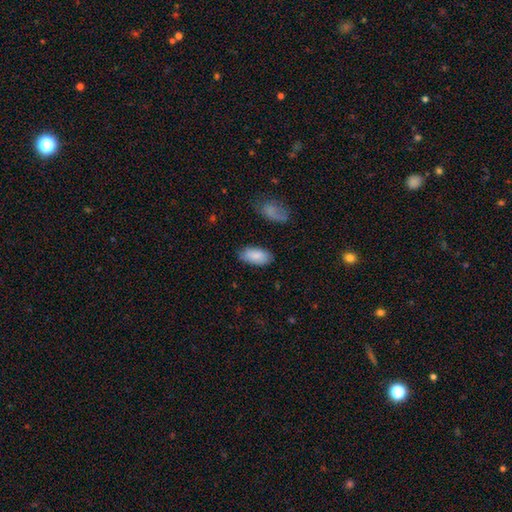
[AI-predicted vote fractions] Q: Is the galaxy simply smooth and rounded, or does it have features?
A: smooth — 86%.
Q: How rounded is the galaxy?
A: in between — 93%.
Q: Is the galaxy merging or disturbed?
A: none — 77%.